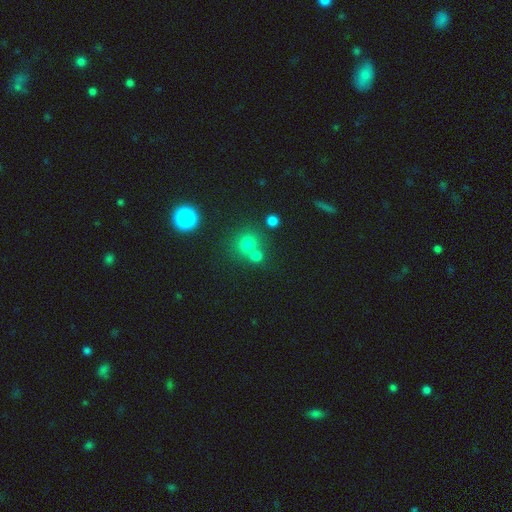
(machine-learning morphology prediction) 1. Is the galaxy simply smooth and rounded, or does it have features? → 70% smooth, 21% star or artifact, 9% featured or disk.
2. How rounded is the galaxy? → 83% round, 15% in between, 1% cigar-shaped.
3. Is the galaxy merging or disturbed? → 51% none, 38% merger, 8% minor disturbance, 4% major disturbance.